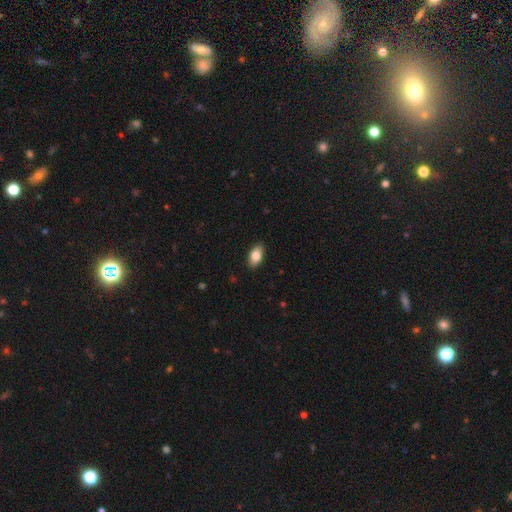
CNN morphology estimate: A smooth galaxy with no disk features (82%) that is in between round and cigar-shaped (92%).

Vote fractions:
- Smooth or featured? smooth: 82% / featured or disk: 11% / star or artifact: 7%
- How rounded? in between: 92% / round: 5% / cigar-shaped: 4%
- Merging? none: 89% / minor disturbance: 8% / major disturbance: 2% / merger: 1%